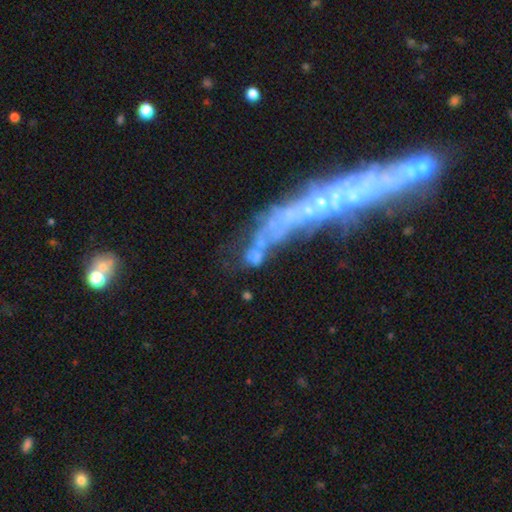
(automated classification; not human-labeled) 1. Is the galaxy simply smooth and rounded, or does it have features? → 42% featured or disk, 34% smooth, 23% star or artifact.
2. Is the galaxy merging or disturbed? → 45% merger, 22% none, 21% major disturbance, 11% minor disturbance.